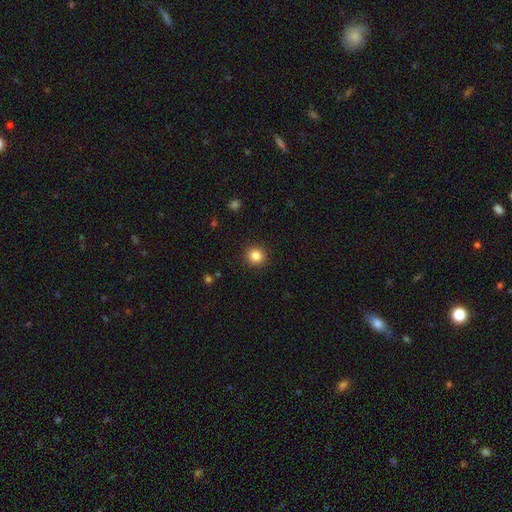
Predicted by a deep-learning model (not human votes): Smooth or featured? Predicted: smooth (p=0.84). How rounded? Predicted: round (p=0.92). Merging? Predicted: none (p=0.92).